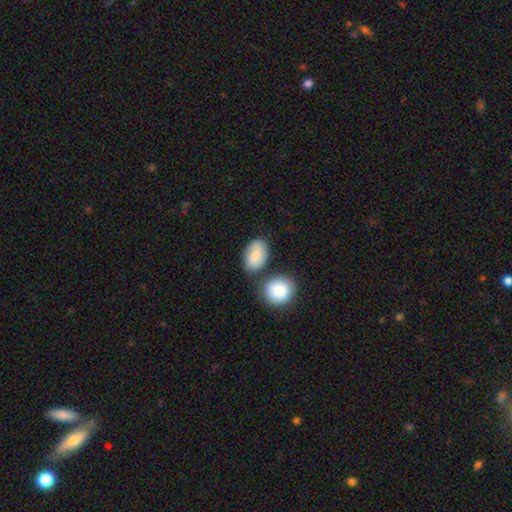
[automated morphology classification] smooth 71%, featured or disk 22%, star or artifact 7%. Down the decision tree: how rounded — in between (79%); merging — none (64%).